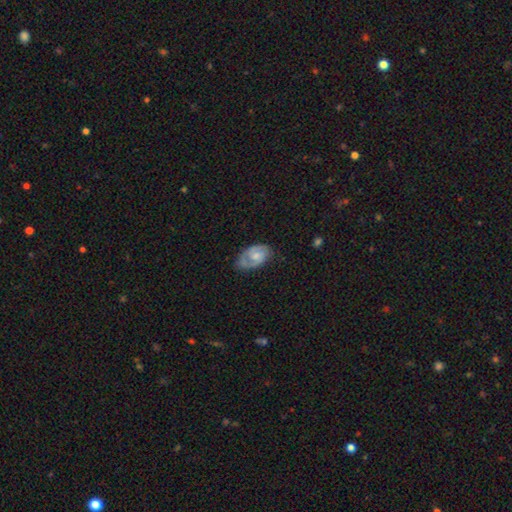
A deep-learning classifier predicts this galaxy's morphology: Smooth or featured?
  - featured or disk: 70% *
  - smooth: 25%
  - star or artifact: 6%
Edge-on disk?
  - no: 97% *
  - yes: 3%
Bar?
  - no: 53% *
  - weak: 41%
  - strong: 7%
Spiral arms?
  - yes: 90% *
  - no: 10%
Spiral winding?
  - tight: 45% *
  - medium: 42%
  - loose: 13%
Spiral arm count?
  - 2: 71% *
  - 1: 13%
  - can't tell: 12%
  - 3: 2%
  - 4: 1%
  - more than 4: 1%
Bulge size?
  - small: 44% *
  - moderate: 41%
  - none: 10%
  - large: 4%
  - dominant: 1%
Merging?
  - none: 68% *
  - minor disturbance: 23%
  - major disturbance: 8%
  - merger: 1%